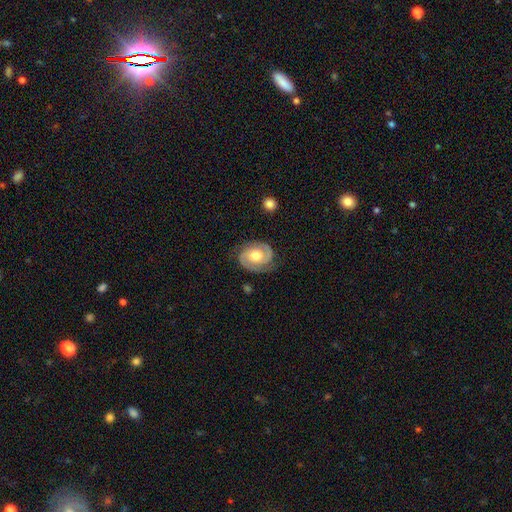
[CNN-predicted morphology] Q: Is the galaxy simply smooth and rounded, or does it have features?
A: featured or disk — 87%.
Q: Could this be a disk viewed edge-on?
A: no — 98%.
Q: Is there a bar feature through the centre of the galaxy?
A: no — 67%.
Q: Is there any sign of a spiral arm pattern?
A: yes — 97%.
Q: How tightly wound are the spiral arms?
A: tight — 56%.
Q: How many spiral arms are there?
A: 2 — 91%.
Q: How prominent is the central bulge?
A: moderate — 74%.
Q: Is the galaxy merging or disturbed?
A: none — 80%.